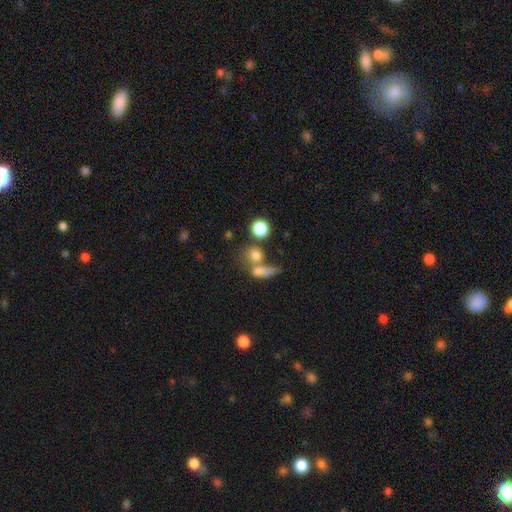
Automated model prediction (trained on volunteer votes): smooth-or-featured: smooth: 72% | star or artifact: 14% | featured or disk: 14%
  how-rounded: round: 63% | in between: 30% | cigar-shaped: 7%
  merging: merger: 42% | none: 36% | minor disturbance: 11% | major disturbance: 10%